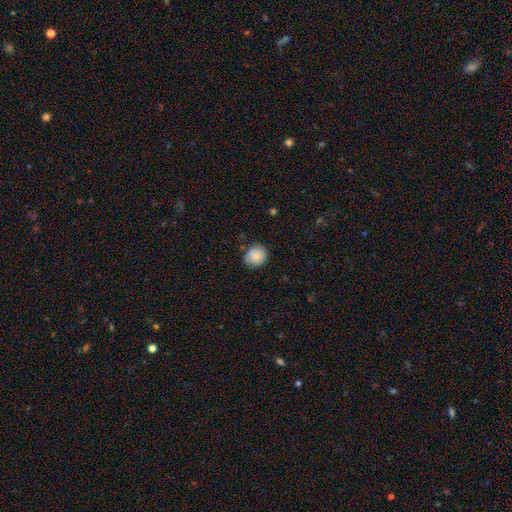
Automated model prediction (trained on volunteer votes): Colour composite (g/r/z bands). It shows a smooth galaxy with no disk features (84%) that is round (78%). Merging: none (79%).